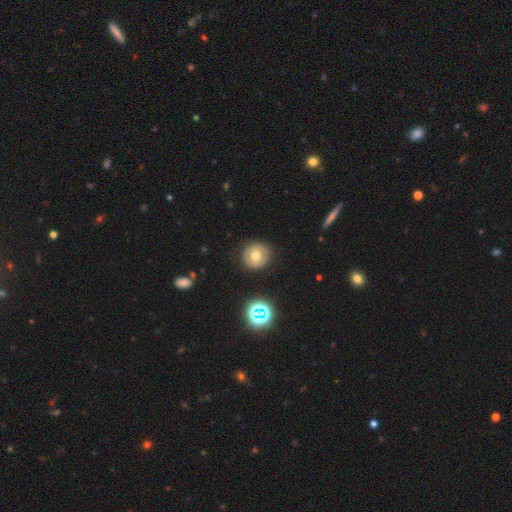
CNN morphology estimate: This is likely a smooth galaxy (64%). How rounded: clearly round (92%). Merging: clearly none (88%).